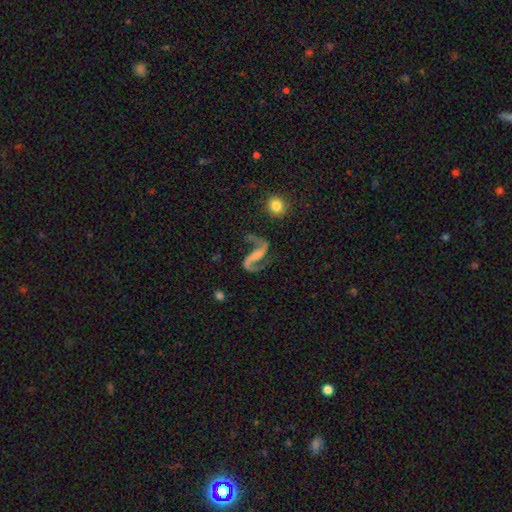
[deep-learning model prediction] A featured or disk galaxy (90%) with a strong bar (38%), 2 (92%) loose (74%) spiral arms (97%) and no central bulge (49%). Merging: none (66%).